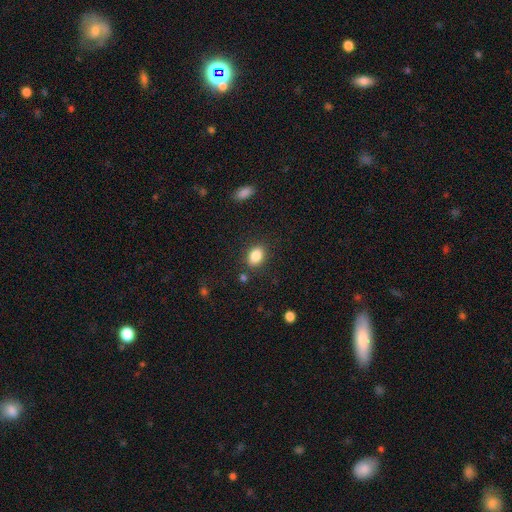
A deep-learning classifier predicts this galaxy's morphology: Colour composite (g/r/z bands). It shows a smooth galaxy with no disk features (85%) that is in between round and cigar-shaped (77%). Merging: none (84%).